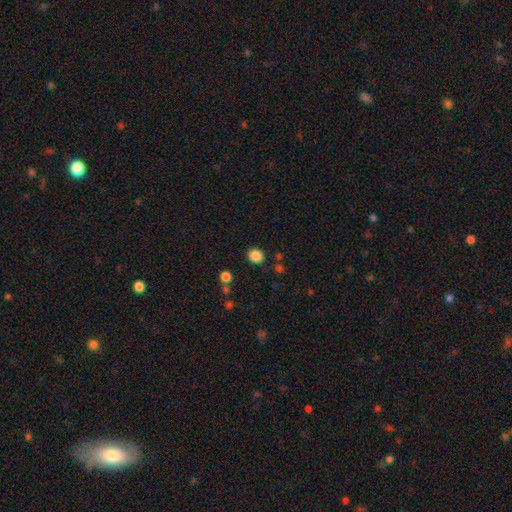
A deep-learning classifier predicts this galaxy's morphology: type=smooth (86%); roundness=round (82%); merging=none (87%).